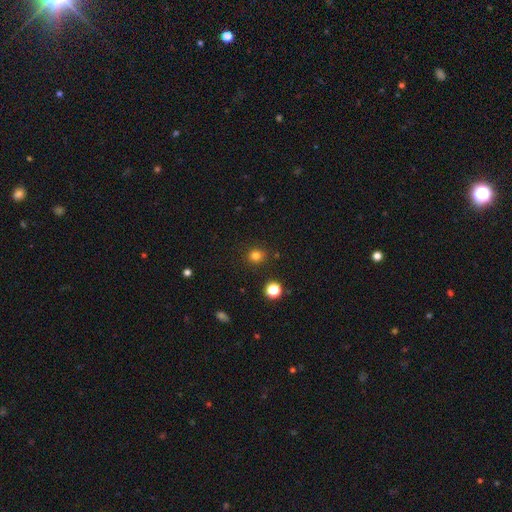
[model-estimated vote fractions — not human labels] This is clearly a smooth galaxy (80%). How rounded: clearly round (81%). Merging: clearly none (88%).